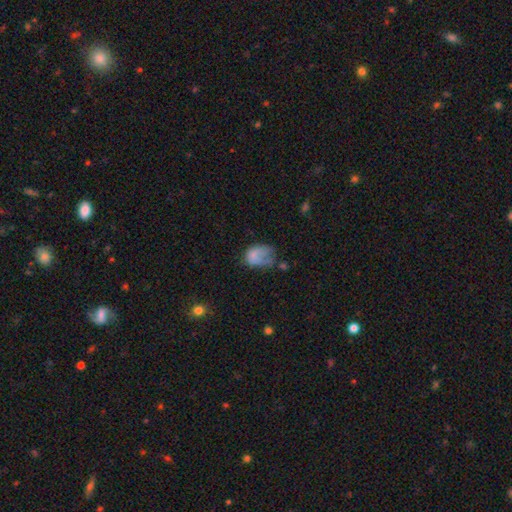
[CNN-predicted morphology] Q: Smooth or featured?
A: smooth (64%); runner-up: featured or disk (26%)
Q: How rounded?
A: in between (76%); runner-up: round (23%)
Q: Merging?
A: major disturbance (42%); runner-up: minor disturbance (27%)